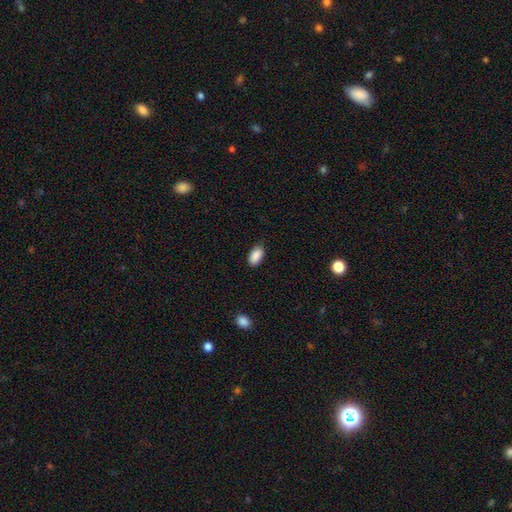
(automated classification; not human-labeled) smooth-or-featured: smooth: 89% | star or artifact: 7% | featured or disk: 4%
  how-rounded: in between: 93% | round: 4% | cigar-shaped: 2%
  merging: none: 82% | minor disturbance: 15% | major disturbance: 3% | merger: 1%